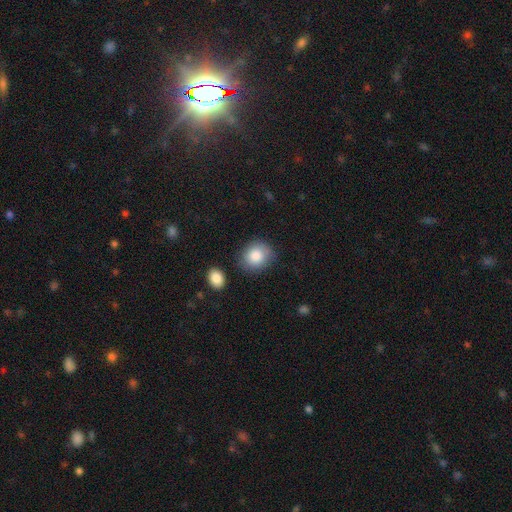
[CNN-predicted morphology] The model was most divided on "how rounded": round: 74%, in between: 25%, cigar-shaped: 1%. More confident: smooth or featured — smooth (84%); merging — none (78%).